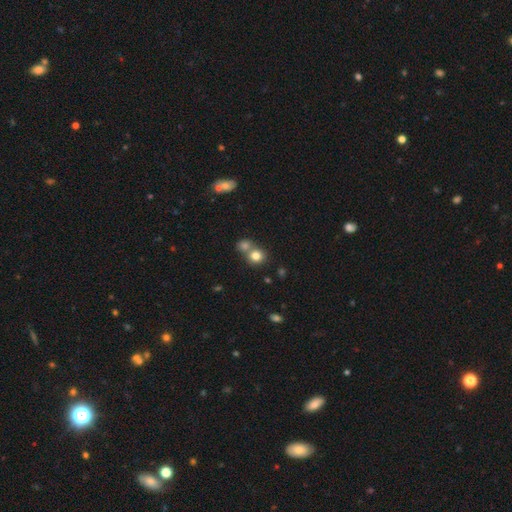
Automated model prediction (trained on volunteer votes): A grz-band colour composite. It shows a smooth galaxy with no disk features (80%) that is round (83%). Merging: none (49%).